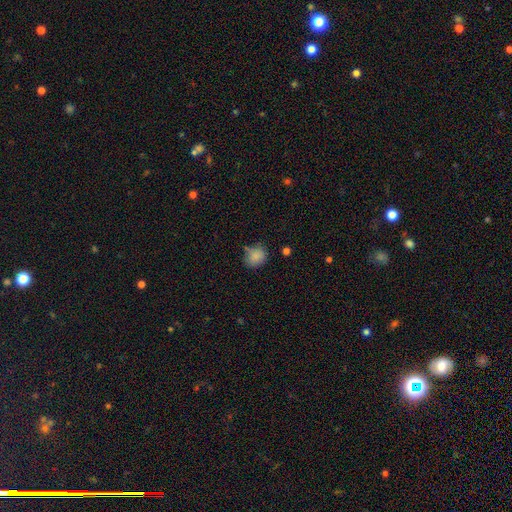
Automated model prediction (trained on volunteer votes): A smooth galaxy with no disk features (85%) that is round (65%). Merging: none (68%).